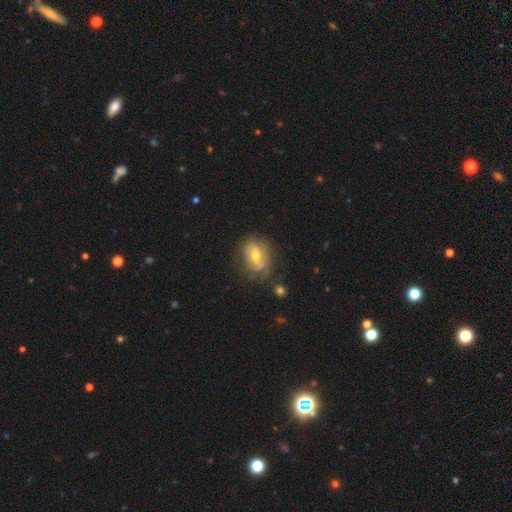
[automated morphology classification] Smooth or featured? Predicted: featured or disk (p=0.54). Edge-on disk? Predicted: no (p=0.93). Bar? Predicted: weak (p=0.40). Spiral arms? Predicted: yes (p=0.55). Bulge size? Predicted: moderate (p=0.72). Merging? Predicted: none (p=0.63).